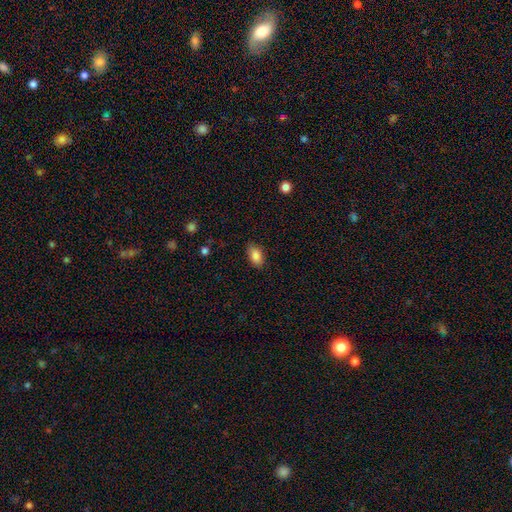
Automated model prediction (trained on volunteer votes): smooth-or-featured: smooth: 86% | star or artifact: 8% | featured or disk: 6%
  how-rounded: in between: 90% | round: 6% | cigar-shaped: 3%
  merging: none: 84% | minor disturbance: 12% | major disturbance: 3% | merger: 1%